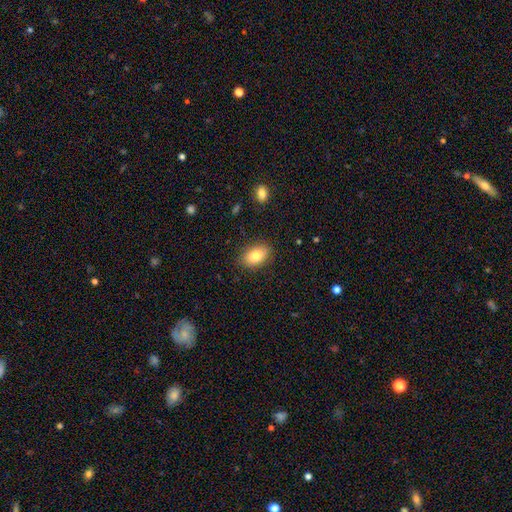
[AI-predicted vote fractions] Smooth or featured?
  - smooth: 78% *
  - featured or disk: 14%
  - star or artifact: 8%
How rounded?
  - in between: 88% *
  - round: 10%
  - cigar-shaped: 2%
Merging?
  - none: 86% *
  - minor disturbance: 10%
  - major disturbance: 3%
  - merger: 1%